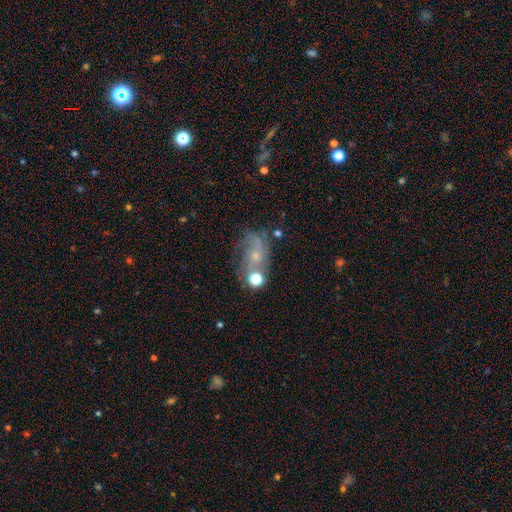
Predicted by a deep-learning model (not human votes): A featured or disk galaxy (54%) with no bar (74%), spiral arms (74%) and a small central bulge (62%). Merging: none (46%).